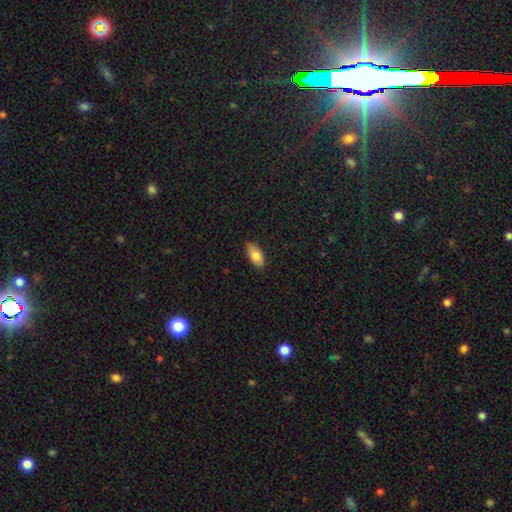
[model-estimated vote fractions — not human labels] Q: Smooth or featured?
A: smooth (79%); runner-up: featured or disk (14%)
Q: How rounded?
A: in between (91%); runner-up: cigar-shaped (6%)
Q: Merging?
A: none (81%); runner-up: minor disturbance (15%)